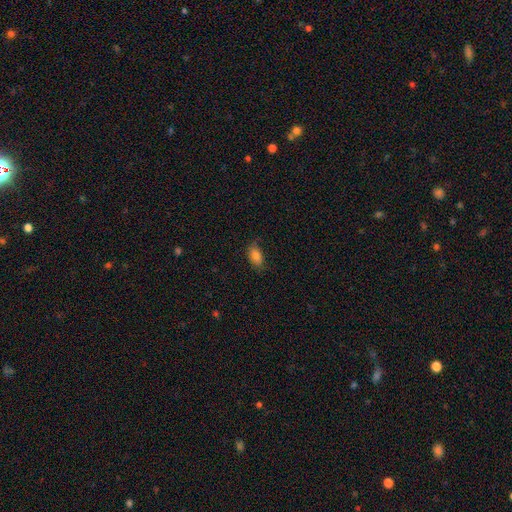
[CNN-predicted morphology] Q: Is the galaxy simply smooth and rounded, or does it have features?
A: smooth — 84%.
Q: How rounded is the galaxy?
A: in between — 91%.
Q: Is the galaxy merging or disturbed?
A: none — 73%.